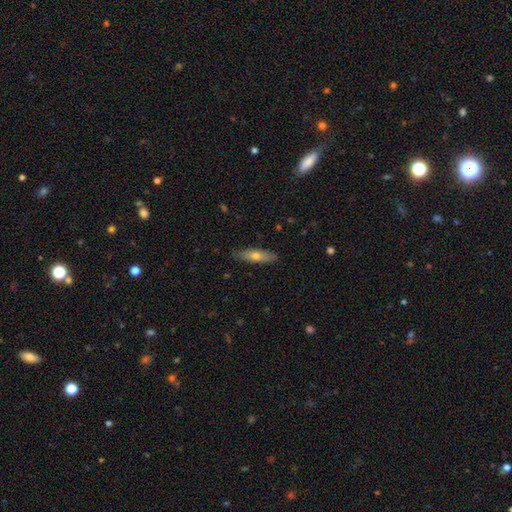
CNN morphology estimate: Q: Smooth or featured?
A: smooth (61%); runner-up: featured or disk (33%)
Q: How rounded?
A: cigar-shaped (58%); runner-up: in between (39%)
Q: Merging?
A: none (85%); runner-up: minor disturbance (11%)